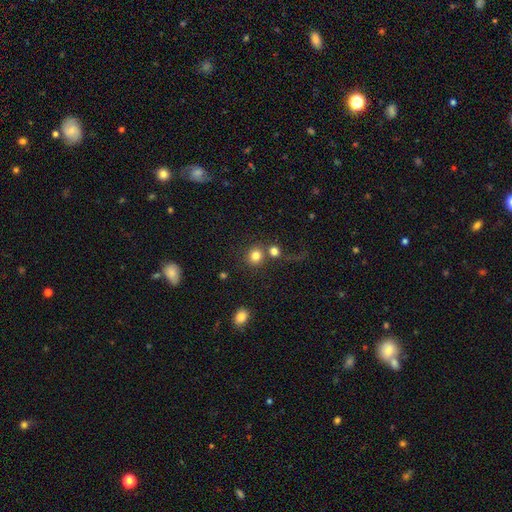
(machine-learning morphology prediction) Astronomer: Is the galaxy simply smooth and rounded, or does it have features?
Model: smooth — 81%.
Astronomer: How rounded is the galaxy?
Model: round — 86%.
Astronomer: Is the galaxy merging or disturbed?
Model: none — 67%.